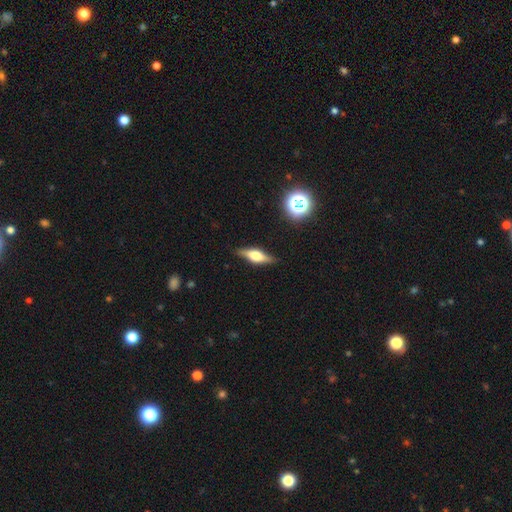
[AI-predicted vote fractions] smooth-or-featured: featured or disk: 62% | smooth: 30% | star or artifact: 8%
  disk-edge-on: yes: 94% | no: 6%
    edge-on-bulge: rounded: 88% | boxy: 10% | none: 2%
  merging: none: 85% | minor disturbance: 11% | major disturbance: 2% | merger: 1%